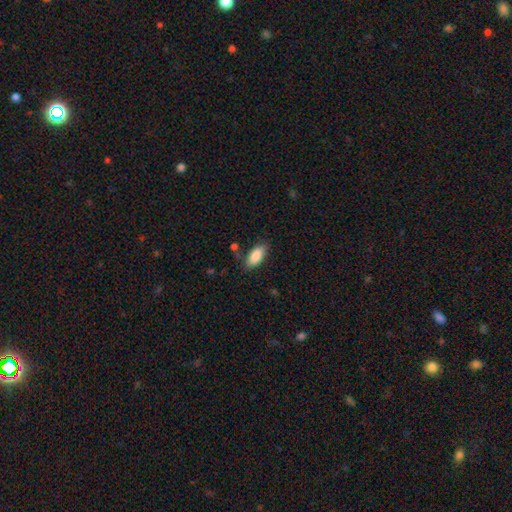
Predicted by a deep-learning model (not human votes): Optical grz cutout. It shows a smooth galaxy with no disk features (87%) that is in between round and cigar-shaped (87%). Merging: none (79%).